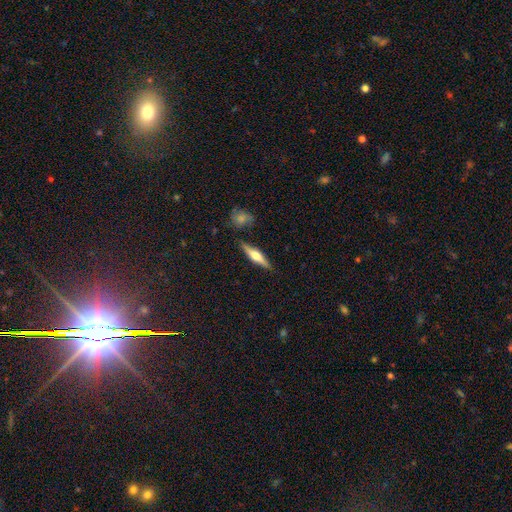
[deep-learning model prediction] The model was most divided on "smooth or featured": featured or disk: 55%, smooth: 39%, star or artifact: 6%. More confident: edge-on disk — yes (95%); edge-on bulge — rounded (89%); merging — none (85%).